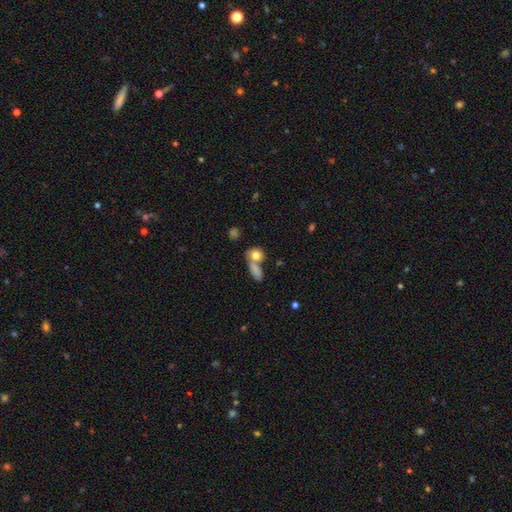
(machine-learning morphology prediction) Smooth or featured: smooth — 79% (featured or disk — 11%)
How rounded: round — 51% (in between — 45%)
Merging: merger — 46% (none — 39%)